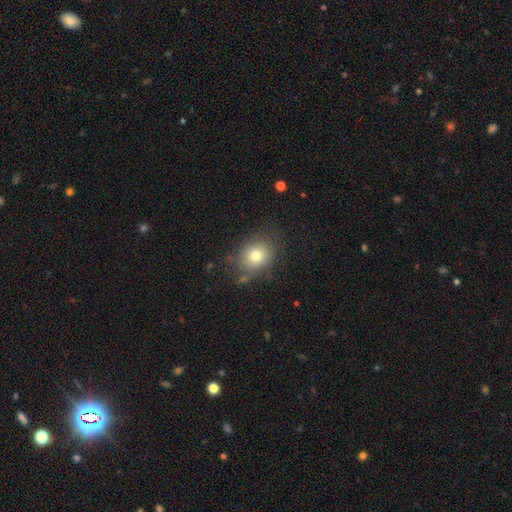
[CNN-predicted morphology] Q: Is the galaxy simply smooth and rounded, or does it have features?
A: smooth — 76%.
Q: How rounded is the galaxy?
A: round — 63%.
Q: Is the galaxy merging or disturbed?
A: none — 77%.